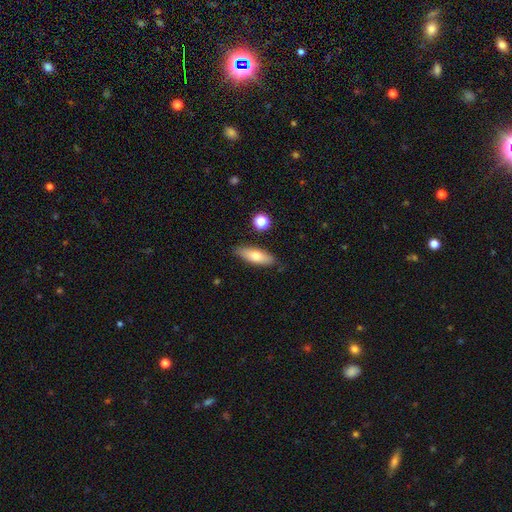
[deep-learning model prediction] Smooth or featured?
  - smooth: 69% *
  - featured or disk: 24%
  - star or artifact: 7%
How rounded?
  - in between: 57% *
  - cigar-shaped: 40%
  - round: 3%
Merging?
  - none: 84% *
  - minor disturbance: 12%
  - merger: 3%
  - major disturbance: 2%